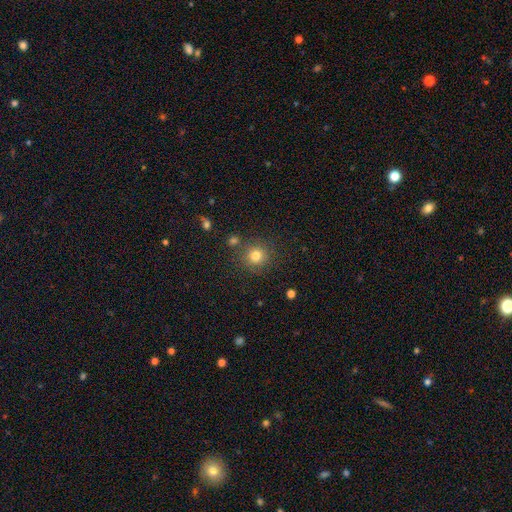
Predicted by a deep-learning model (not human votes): This is likely a smooth galaxy (79%). How rounded: clearly round (92%). Merging: clearly none (83%).